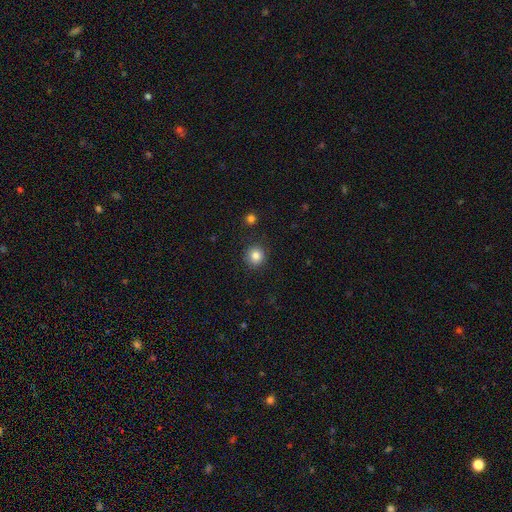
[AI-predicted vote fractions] Smooth or featured: smooth — 84% (star or artifact — 11%)
How rounded: round — 92% (in between — 7%)
Merging: none — 89% (minor disturbance — 7%)